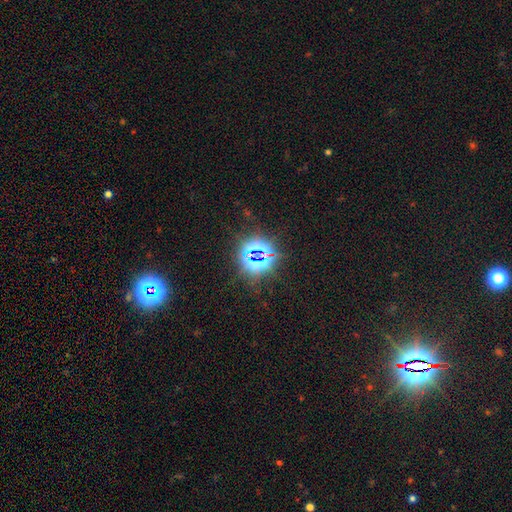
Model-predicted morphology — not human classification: smooth-or-featured: star or artifact: 80% | smooth: 13% | featured or disk: 8%